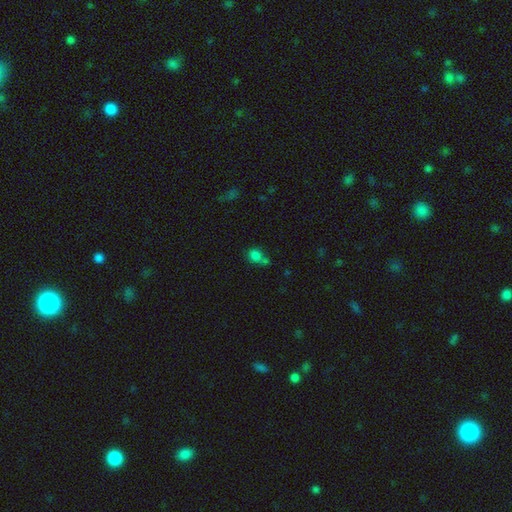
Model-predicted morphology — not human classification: Smooth or featured? Predicted: smooth (p=0.77). How rounded? Predicted: round (p=0.64). Merging? Predicted: none (p=0.43).